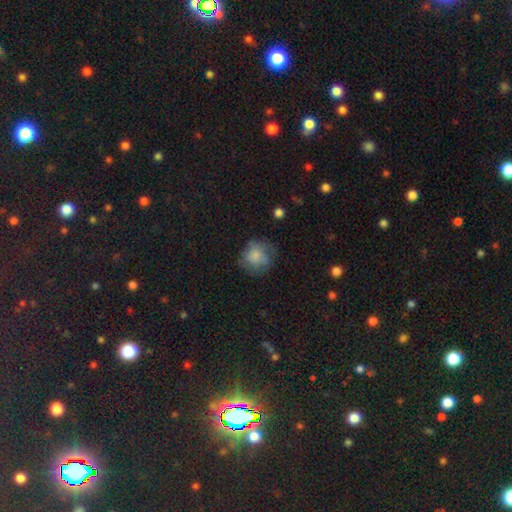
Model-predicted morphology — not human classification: The model was most divided on "merging": none: 59%, minor disturbance: 25%, major disturbance: 14%, merger: 2%. More confident: how rounded — round (82%); smooth or featured — smooth (73%).